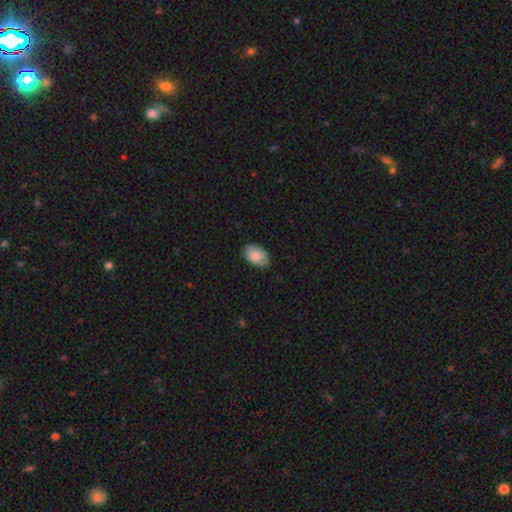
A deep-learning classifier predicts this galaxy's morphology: This is clearly a smooth galaxy (88%). How rounded: clearly in between (92%). Merging: clearly none (84%).